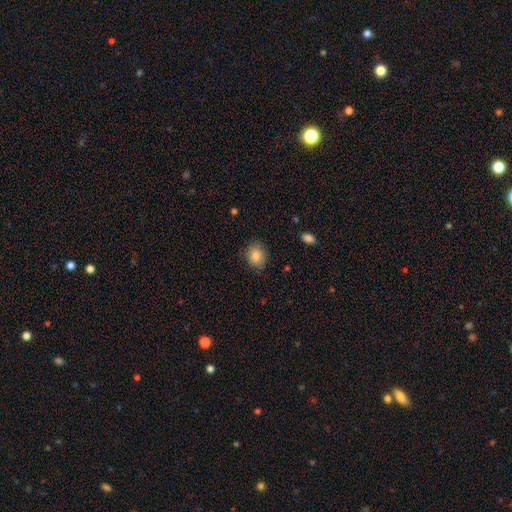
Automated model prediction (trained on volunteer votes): smooth_or_featured: smooth (p=0.85) [alt: star or artifact p=0.08]
how_rounded: round (p=0.55) [alt: in between p=0.44]
merging: none (p=0.83) [alt: minor disturbance p=0.13]